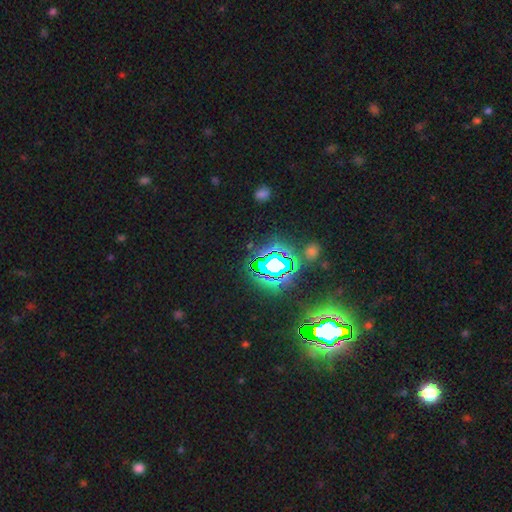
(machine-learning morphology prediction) A star or artifact, not a galaxy (82%).

Vote fractions:
- Smooth or featured? star or artifact: 82% / smooth: 11% / featured or disk: 7%